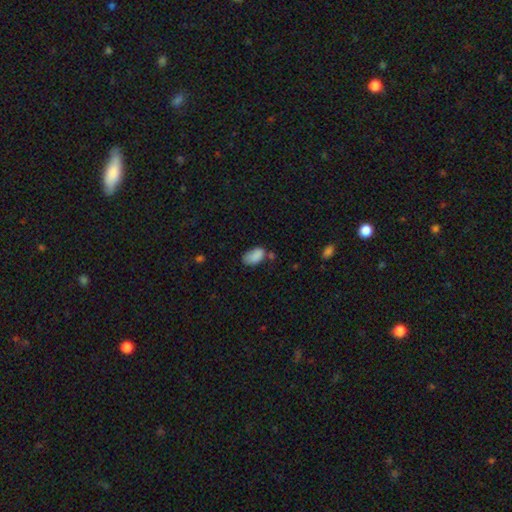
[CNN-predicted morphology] smooth_or_featured: smooth (p=0.85) [alt: star or artifact p=0.09]
how_rounded: in between (p=0.92) [alt: round p=0.06]
merging: none (p=0.54) [alt: minor disturbance p=0.29]